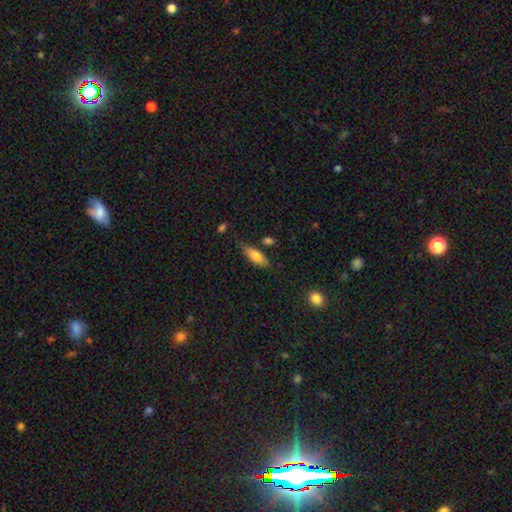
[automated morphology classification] type=smooth (77%); roundness=in between (63%); merging=none (72%).